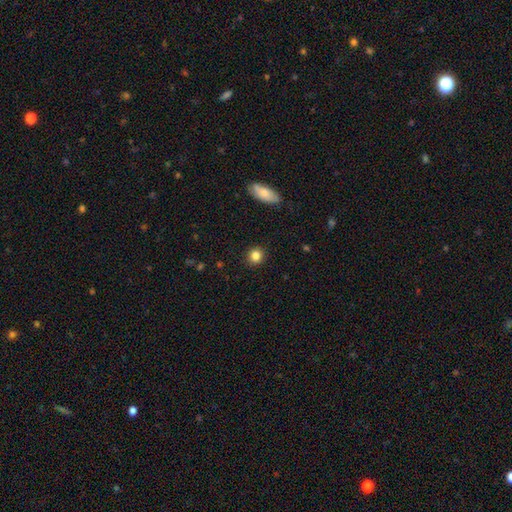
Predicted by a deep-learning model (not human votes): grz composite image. It shows a smooth galaxy with no disk features (84%) that is round (84%). Merging: none (91%).